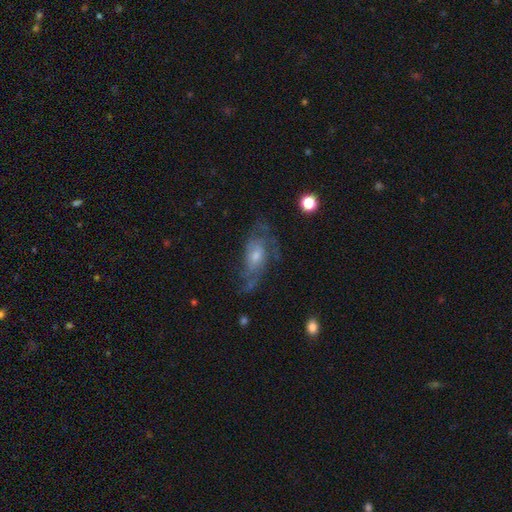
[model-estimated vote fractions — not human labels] A featured or disk galaxy (71%) with no bar (67%), medium (43%) spiral arms (81%) and a moderate central bulge (47%). Merging: none (55%).